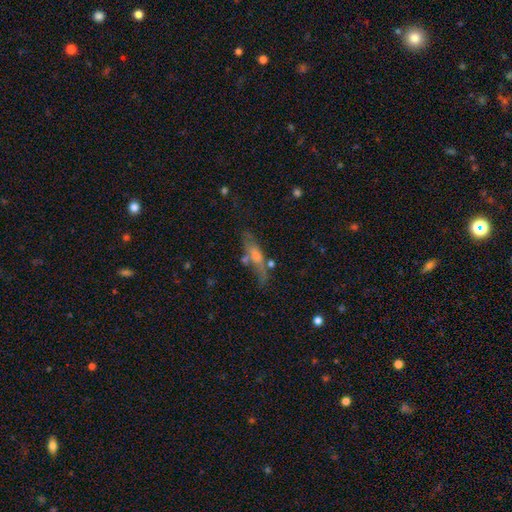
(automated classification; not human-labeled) smooth_or_featured: featured or disk (p=0.47) [alt: smooth p=0.40]
merging: none (p=0.53) [alt: minor disturbance p=0.22]